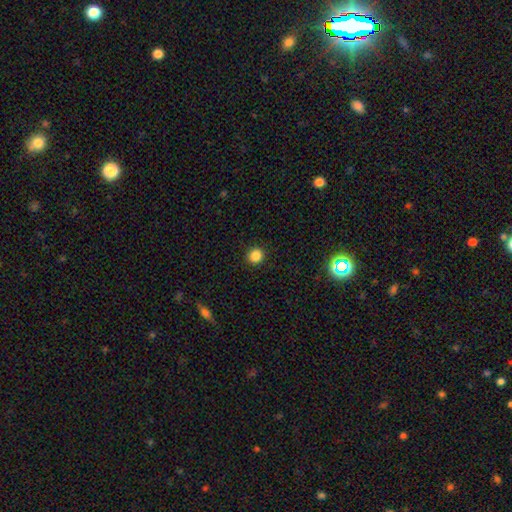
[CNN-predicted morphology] Q: Smooth or featured?
A: smooth (85%); runner-up: star or artifact (11%)
Q: How rounded?
A: round (90%); runner-up: in between (9%)
Q: Merging?
A: none (92%); runner-up: minor disturbance (5%)